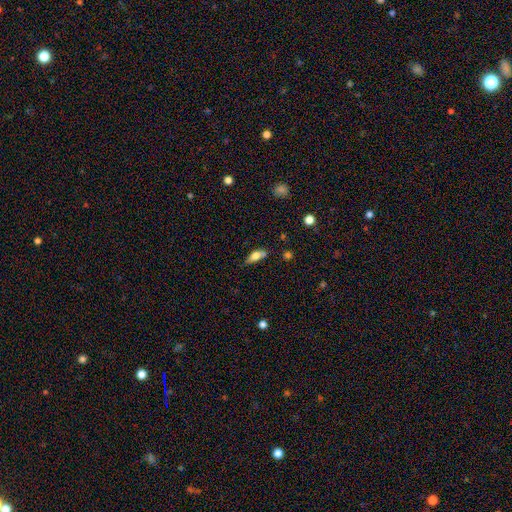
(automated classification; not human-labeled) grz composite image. It shows a smooth galaxy with no disk features (67%) that is in between round and cigar-shaped (72%). Merging: none (52%).